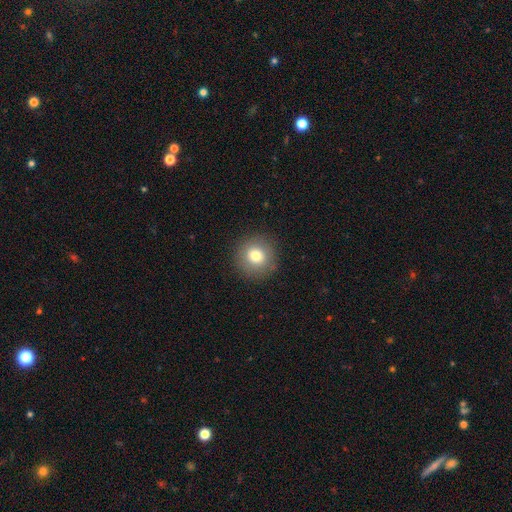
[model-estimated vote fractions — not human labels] A smooth galaxy with no disk features (77%) that is round (95%). Merging: none (90%).